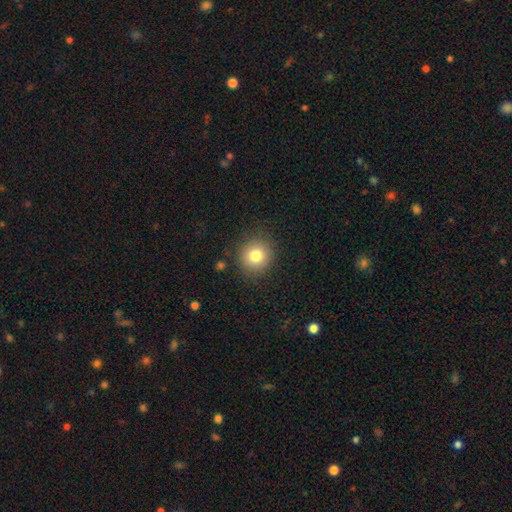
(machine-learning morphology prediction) The model was most divided on "smooth or featured": smooth: 79%, star or artifact: 11%, featured or disk: 9%. More confident: how rounded — round (91%); merging — none (88%).